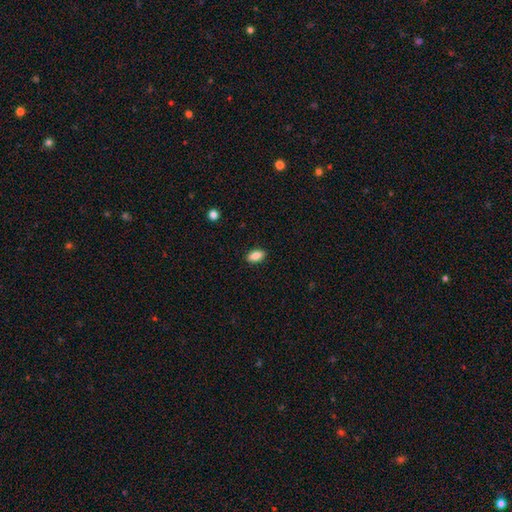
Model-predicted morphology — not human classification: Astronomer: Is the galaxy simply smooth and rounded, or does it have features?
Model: smooth — 87%.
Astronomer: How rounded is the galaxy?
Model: in between — 90%.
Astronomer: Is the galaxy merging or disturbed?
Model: none — 89%.